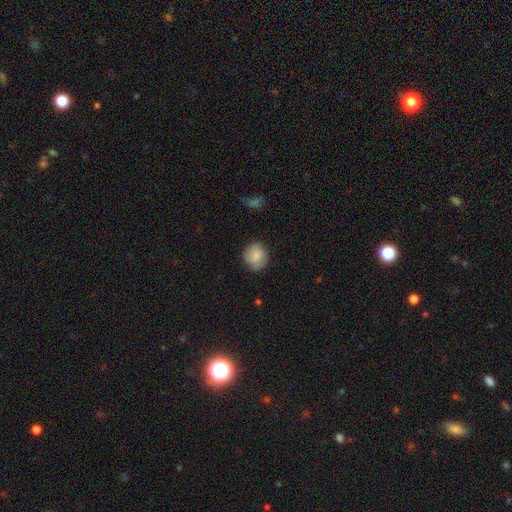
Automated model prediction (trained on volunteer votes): This appears to be a smooth galaxy with no disk features (78%) that is round (88%). Merging: none (82%).